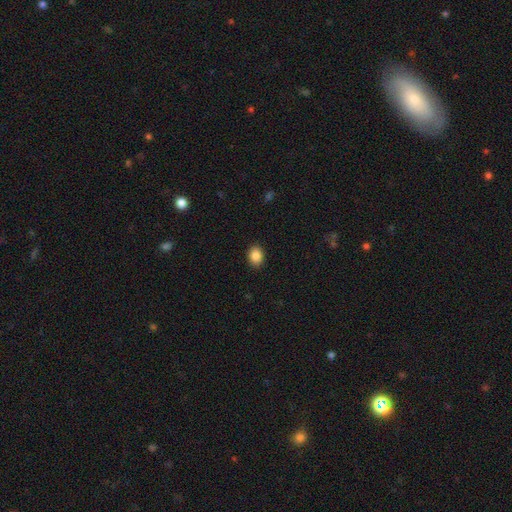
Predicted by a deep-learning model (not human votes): Smooth or featured? smooth (86%)
How rounded? in between (58%)
Merging? none (90%)